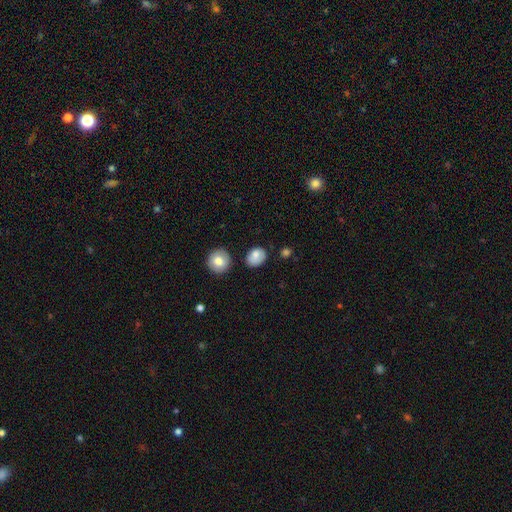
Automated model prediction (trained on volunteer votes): smooth 79%, featured or disk 13%, star or artifact 8%. Down the decision tree: how rounded — in between (59%); merging — none (70%).